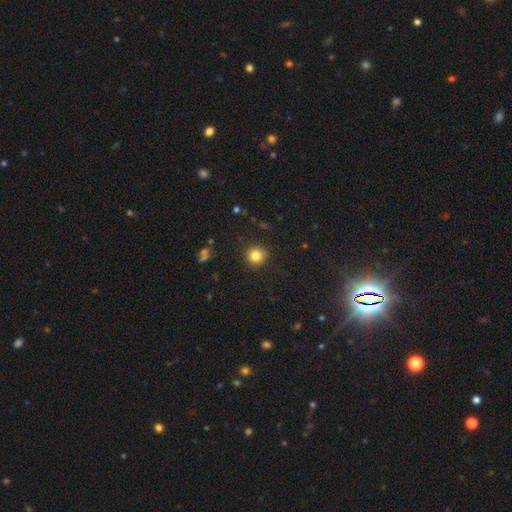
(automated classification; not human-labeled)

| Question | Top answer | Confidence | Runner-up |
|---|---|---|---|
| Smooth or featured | smooth | 82% | star or artifact (12%) |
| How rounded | round | 93% | in between (6%) |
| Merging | none | 91% | minor disturbance (6%) |